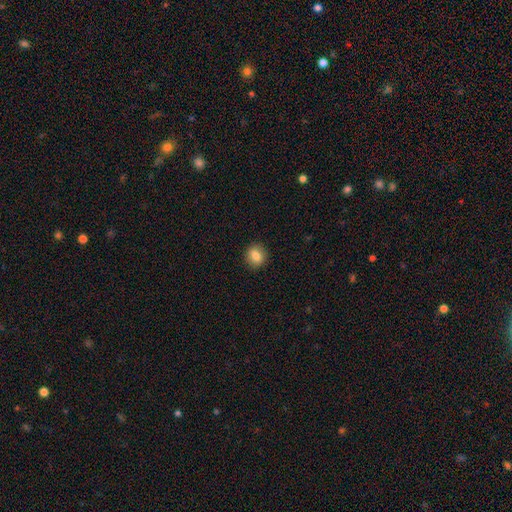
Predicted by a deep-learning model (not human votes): Overall: smooth (82%). How rounded: round (80%). Merging: none (91%).